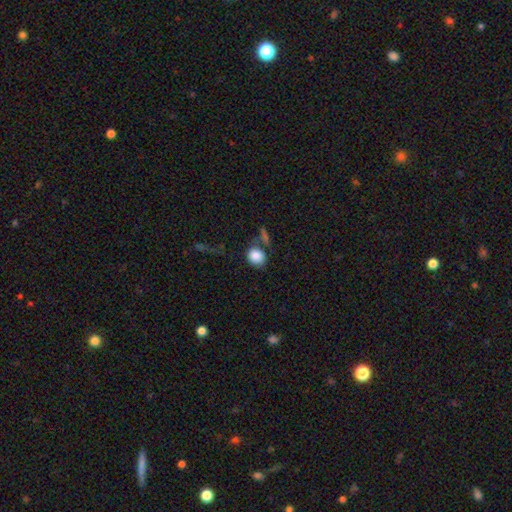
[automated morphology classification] Smooth or featured?
  - smooth: 86% *
  - star or artifact: 8%
  - featured or disk: 6%
How rounded?
  - round: 63% *
  - in between: 36%
  - cigar-shaped: 1%
Merging?
  - none: 59% *
  - minor disturbance: 16%
  - merger: 16%
  - major disturbance: 9%